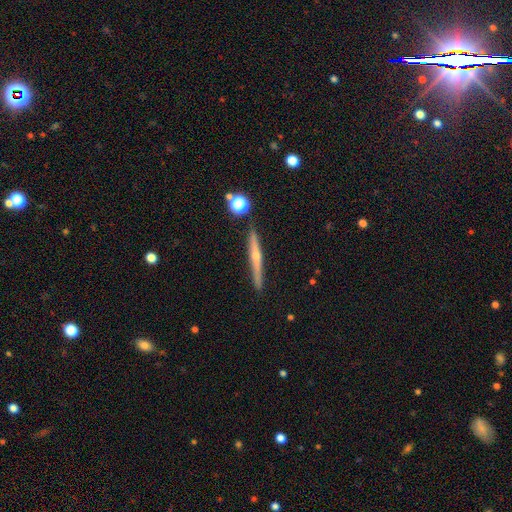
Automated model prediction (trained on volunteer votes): Smooth or featured? Predicted: featured or disk (p=0.69). Edge-on disk? Predicted: yes (p=0.97). Edge-on bulge? Predicted: rounded (p=0.77). Merging? Predicted: none (p=0.85).